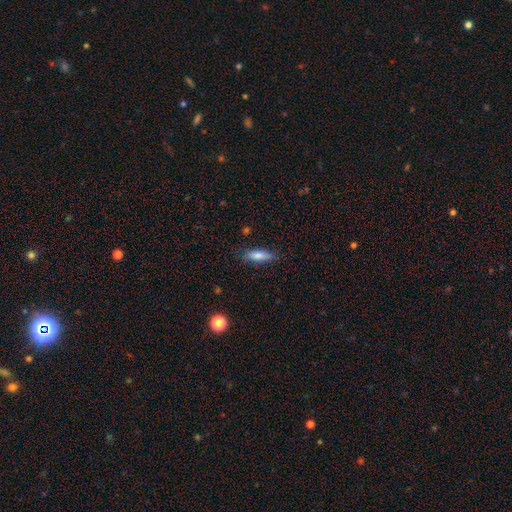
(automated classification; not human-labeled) A smooth galaxy with no disk features (78%) that is cigar-shaped (53%). Merging: none (83%).